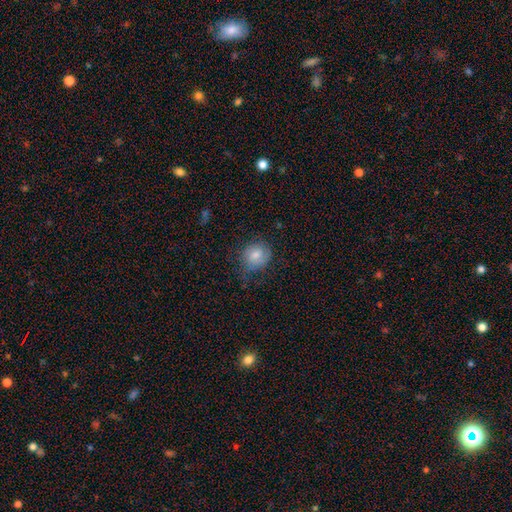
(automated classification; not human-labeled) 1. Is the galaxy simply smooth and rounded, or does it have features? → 74% smooth, 18% featured or disk, 8% star or artifact.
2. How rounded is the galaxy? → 69% round, 30% in between, 1% cigar-shaped.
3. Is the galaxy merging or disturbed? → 58% none, 28% minor disturbance, 12% major disturbance, 1% merger.